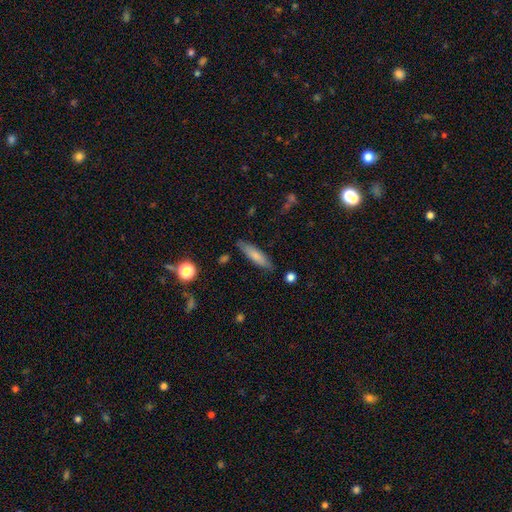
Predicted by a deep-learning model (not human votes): Overall: smooth (76%). How rounded: cigar-shaped (72%). Merging: none (84%).